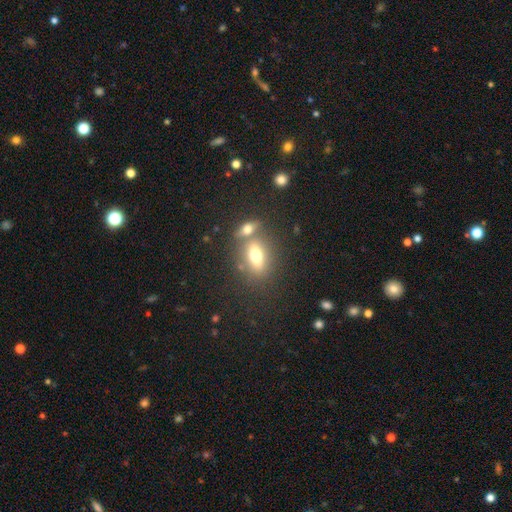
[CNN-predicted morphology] smooth_or_featured: smooth (p=0.66) [alt: featured or disk p=0.24]
how_rounded: in between (p=0.76) [alt: round p=0.13]
merging: none (p=0.53) [alt: merger p=0.33]